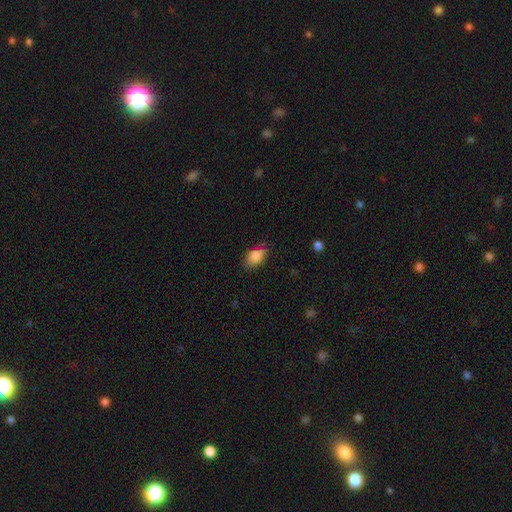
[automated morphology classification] The model was most divided on "merging": none: 72%, minor disturbance: 22%, major disturbance: 4%, merger: 2%. More confident: how rounded — in between (88%); smooth or featured — smooth (84%).